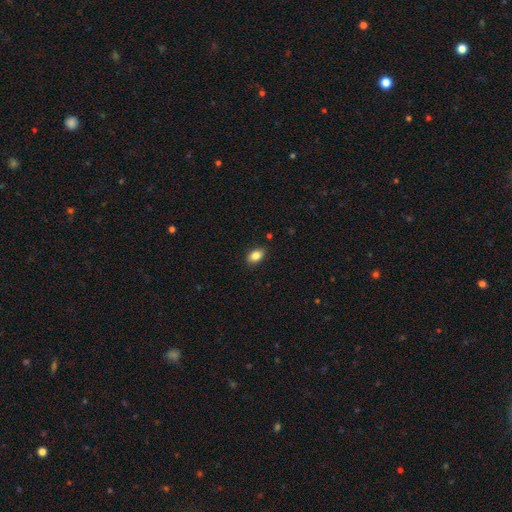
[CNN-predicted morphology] The model was most divided on "merging": none: 84%, minor disturbance: 12%, major disturbance: 2%, merger: 1%. More confident: how rounded — in between (85%); smooth or featured — smooth (84%).